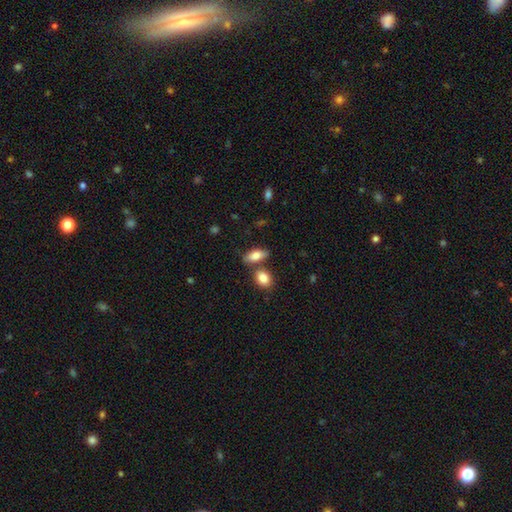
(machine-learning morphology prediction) Smooth or featured? smooth (80%)
How rounded? in between (81%)
Merging? none (66%)